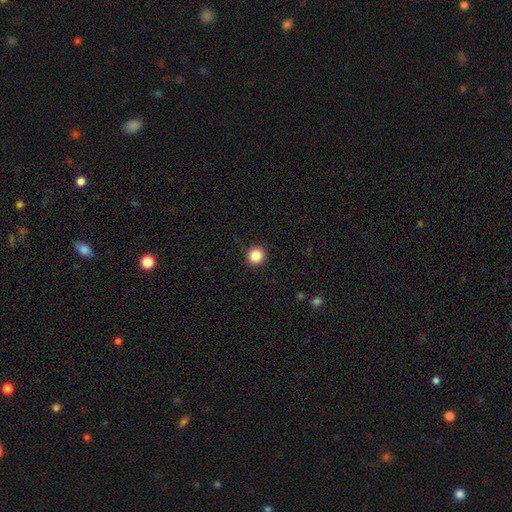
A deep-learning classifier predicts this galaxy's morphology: Q: Smooth or featured?
A: smooth (87%); runner-up: star or artifact (10%)
Q: How rounded?
A: round (93%); runner-up: in between (6%)
Q: Merging?
A: none (93%); runner-up: minor disturbance (5%)